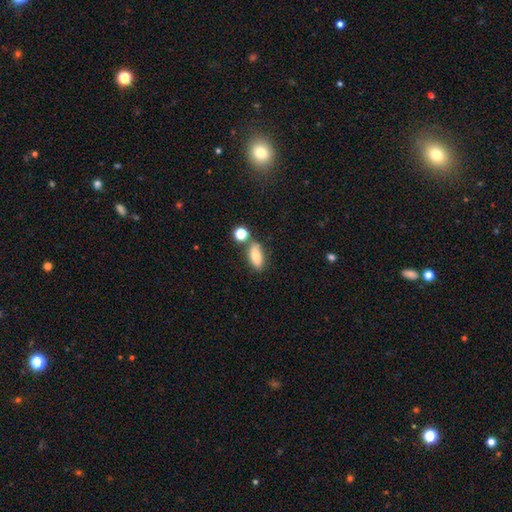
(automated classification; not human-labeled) A smooth galaxy with no disk features (79%) that is in between round and cigar-shaped (80%).

Vote fractions:
- Smooth or featured? smooth: 79% / featured or disk: 13% / star or artifact: 9%
- How rounded? in between: 80% / cigar-shaped: 13% / round: 6%
- Merging? none: 67% / merger: 15% / minor disturbance: 14% / major disturbance: 4%